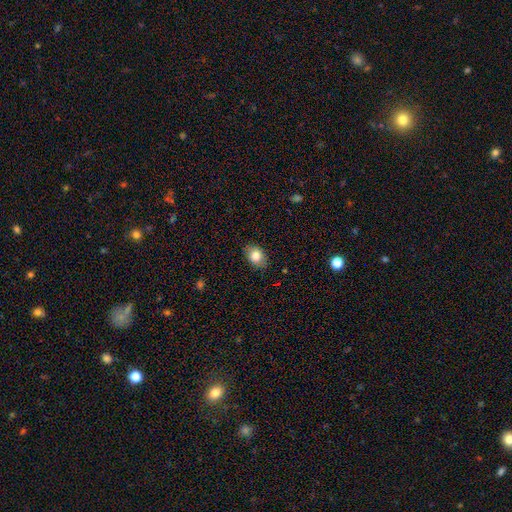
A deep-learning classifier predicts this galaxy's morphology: Smooth or featured? Predicted: smooth (p=0.83). How rounded? Predicted: in between (p=0.68). Merging? Predicted: none (p=0.85).